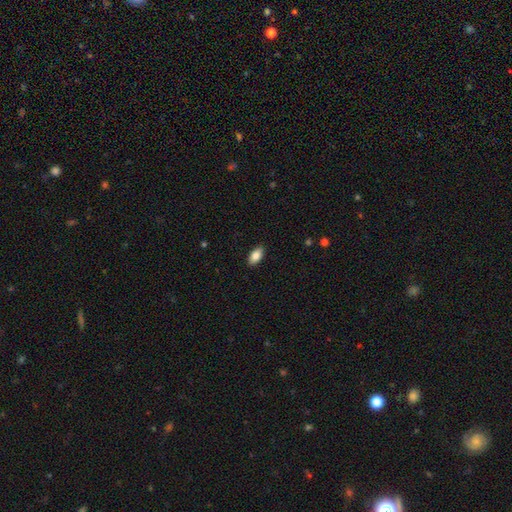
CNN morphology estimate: smooth_or_featured: smooth (p=0.85) [alt: featured or disk p=0.08]
how_rounded: in between (p=0.92) [alt: cigar-shaped p=0.05]
merging: none (p=0.89) [alt: minor disturbance p=0.08]